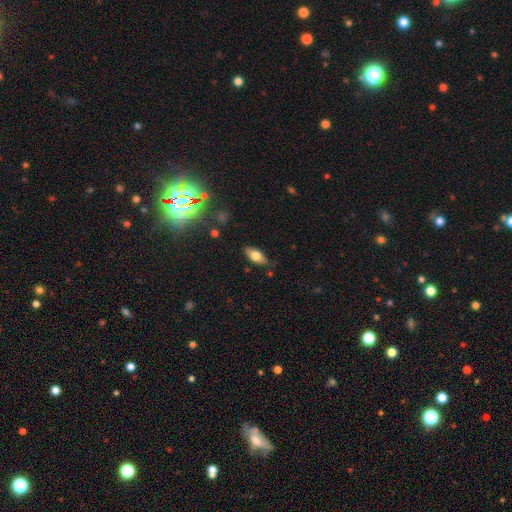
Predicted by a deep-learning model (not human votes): smooth 69%, featured or disk 23%, star or artifact 8%. Down the decision tree: how rounded — in between (83%); merging — none (80%).